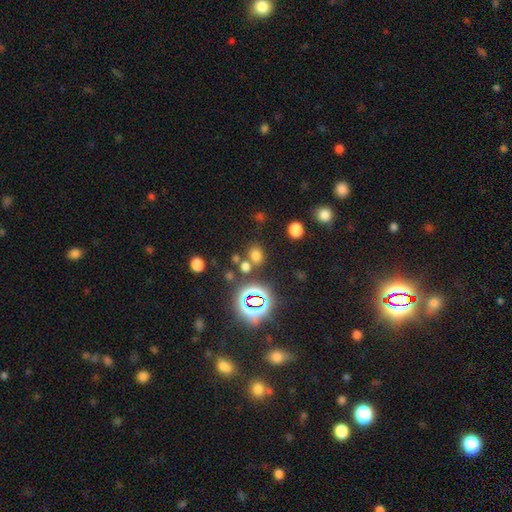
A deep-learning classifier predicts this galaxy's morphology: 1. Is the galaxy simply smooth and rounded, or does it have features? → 63% smooth, 30% star or artifact, 7% featured or disk.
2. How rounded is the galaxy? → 53% round, 46% in between, 1% cigar-shaped.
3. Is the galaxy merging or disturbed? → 71% none, 14% merger, 10% minor disturbance, 5% major disturbance.